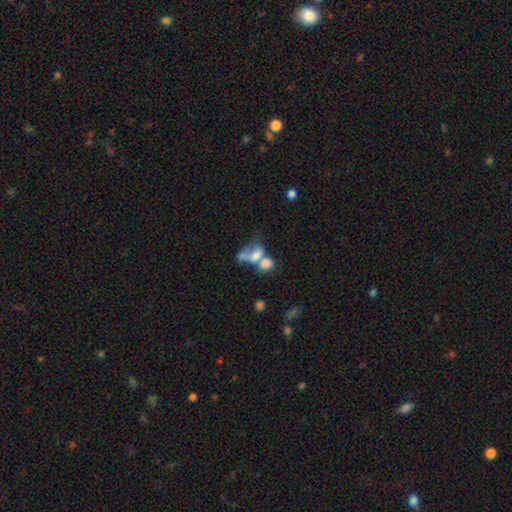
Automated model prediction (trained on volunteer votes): A smooth galaxy with no disk features (60%) that is in between round and cigar-shaped (71%).

Vote fractions:
- Smooth or featured? smooth: 60% / featured or disk: 28% / star or artifact: 12%
- How rounded? in between: 71% / round: 25% / cigar-shaped: 4%
- Merging? merger: 66% / none: 14% / major disturbance: 12% / minor disturbance: 8%